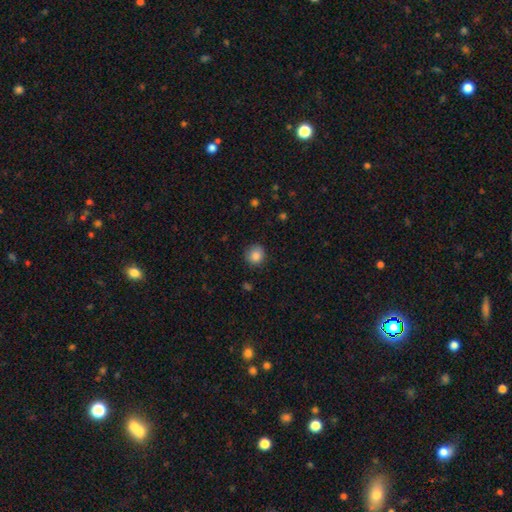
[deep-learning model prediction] A smooth galaxy with no disk features (85%) that is round (91%). Merging: none (85%).